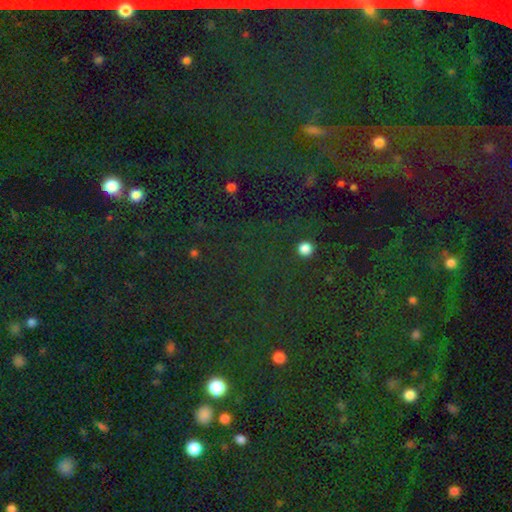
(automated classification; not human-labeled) This appears to be a star or artifact, not a galaxy (77%).